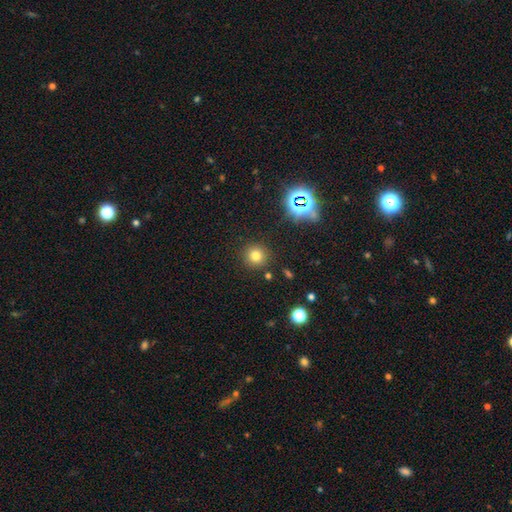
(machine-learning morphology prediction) smooth-or-featured: smooth: 73% | star or artifact: 19% | featured or disk: 8%
  how-rounded: round: 93% | in between: 6% | cigar-shaped: 1%
  merging: none: 88% | minor disturbance: 7% | major disturbance: 3% | merger: 2%